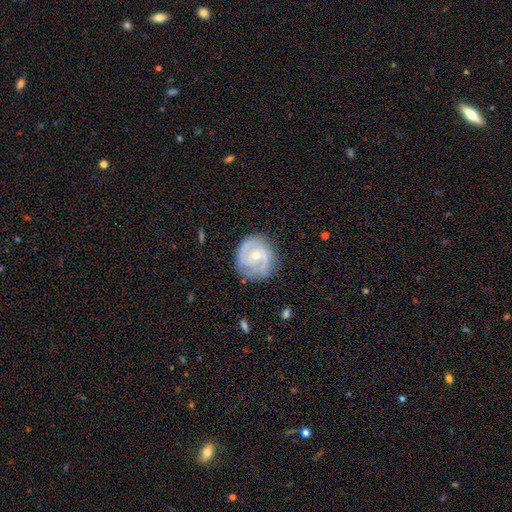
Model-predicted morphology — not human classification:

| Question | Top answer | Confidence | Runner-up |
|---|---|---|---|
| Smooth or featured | featured or disk | 80% | smooth (15%) |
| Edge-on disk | no | 98% | yes (2%) |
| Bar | no | 57% | weak (35%) |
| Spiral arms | yes | 93% | no (7%) |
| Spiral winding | medium | 45% | tight (41%) |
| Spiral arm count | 2 | 63% | can't tell (14%) |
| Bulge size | small | 59% | moderate (38%) |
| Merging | none | 74% | minor disturbance (18%) |